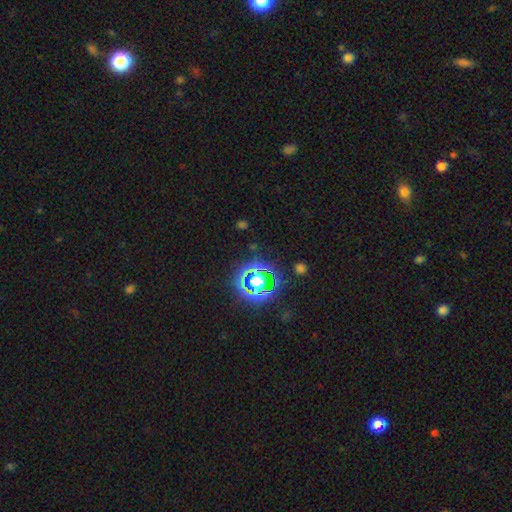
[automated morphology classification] smooth_or_featured: star or artifact (p=0.71) [alt: smooth p=0.20]